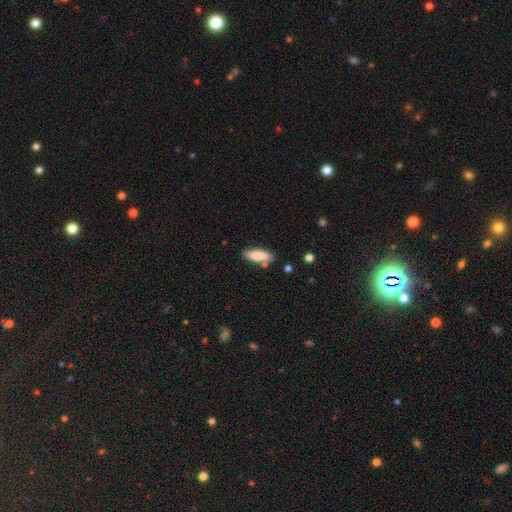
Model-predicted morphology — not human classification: Smooth or featured? Predicted: smooth (p=0.84). How rounded? Predicted: in between (p=0.66). Merging? Predicted: none (p=0.78).